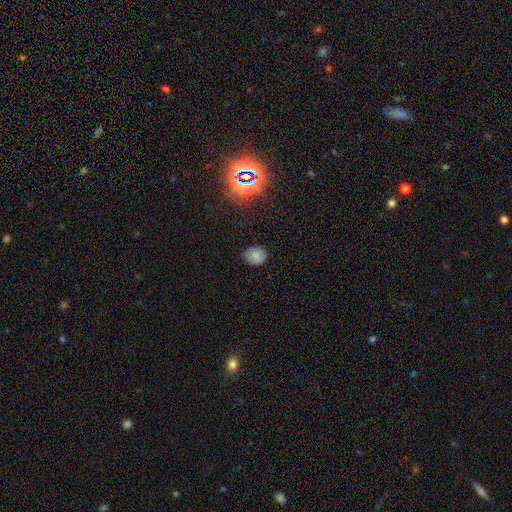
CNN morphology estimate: A smooth galaxy with no disk features (79%) that is round (55%).

Vote fractions:
- Smooth or featured? smooth: 79% / star or artifact: 13% / featured or disk: 8%
- How rounded? round: 55% / in between: 44% / cigar-shaped: 1%
- Merging? none: 84% / minor disturbance: 12% / major disturbance: 3% / merger: 1%